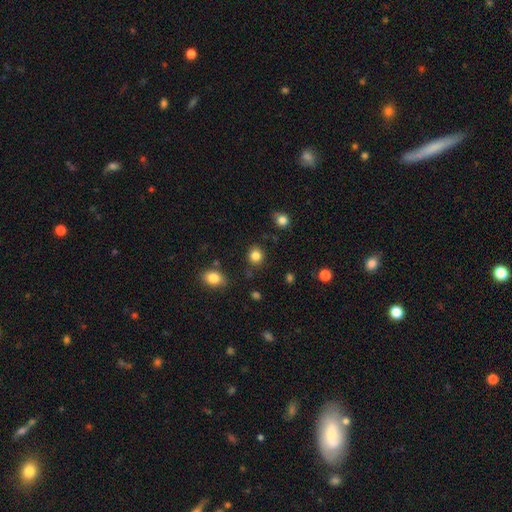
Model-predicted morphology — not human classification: smooth_or_featured: smooth (p=0.85) [alt: star or artifact p=0.11]
how_rounded: round (p=0.83) [alt: in between p=0.16]
merging: none (p=0.86) [alt: minor disturbance p=0.09]